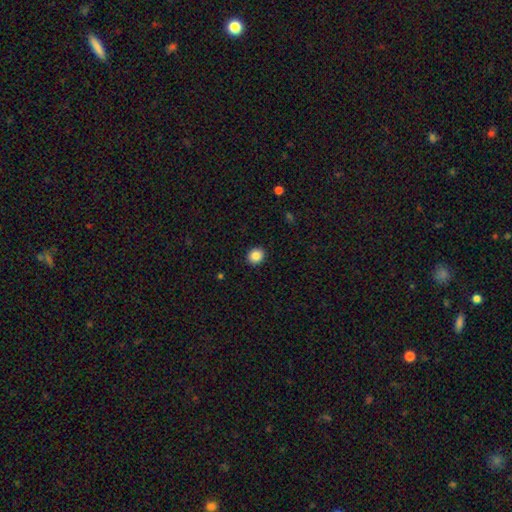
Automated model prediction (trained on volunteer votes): A smooth galaxy with no disk features (87%) that is round (78%). Merging: none (91%).